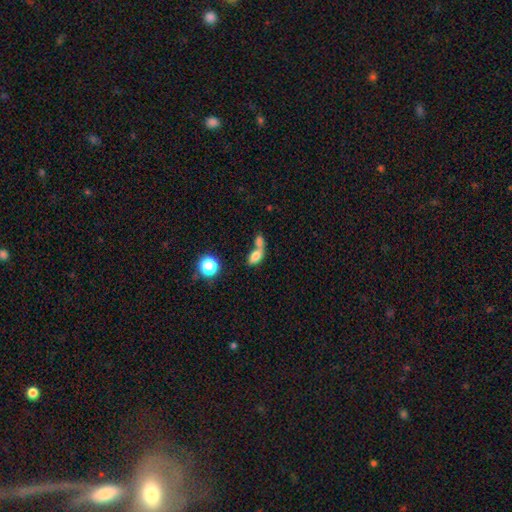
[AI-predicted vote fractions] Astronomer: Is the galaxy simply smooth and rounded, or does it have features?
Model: smooth — 76%.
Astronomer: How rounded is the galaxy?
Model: in between — 82%.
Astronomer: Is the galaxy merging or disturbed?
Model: merger — 63%.